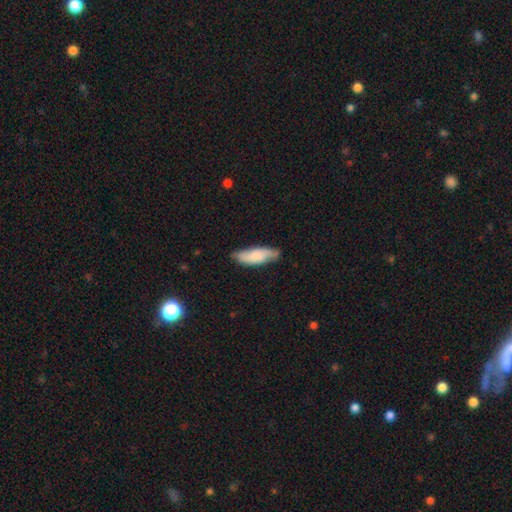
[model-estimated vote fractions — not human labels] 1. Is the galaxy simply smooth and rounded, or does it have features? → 69% smooth, 25% featured or disk, 6% star or artifact.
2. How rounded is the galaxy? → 57% in between, 41% cigar-shaped, 2% round.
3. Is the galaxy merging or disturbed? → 72% none, 22% minor disturbance, 4% major disturbance, 2% merger.